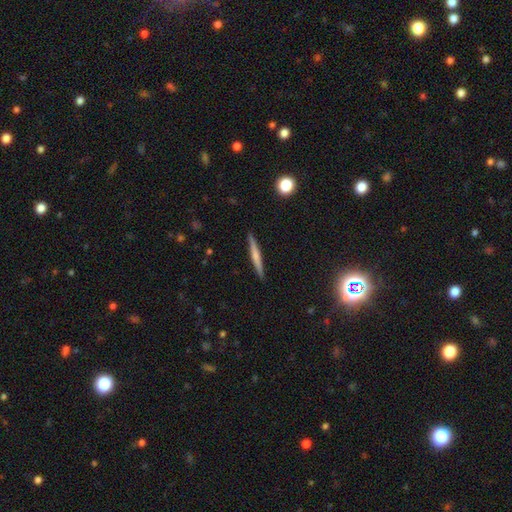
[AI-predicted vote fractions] Morphology: type=smooth (52%); roundness=cigar-shaped (96%); merging=none (91%).